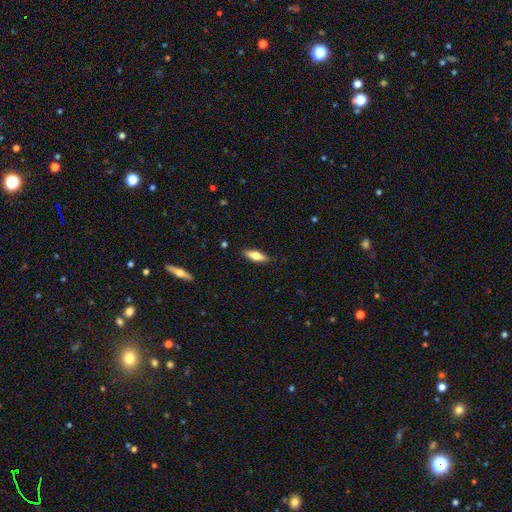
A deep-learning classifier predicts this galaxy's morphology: A smooth galaxy with no disk features (62%) that is in between round and cigar-shaped (50%). Merging: none (88%).